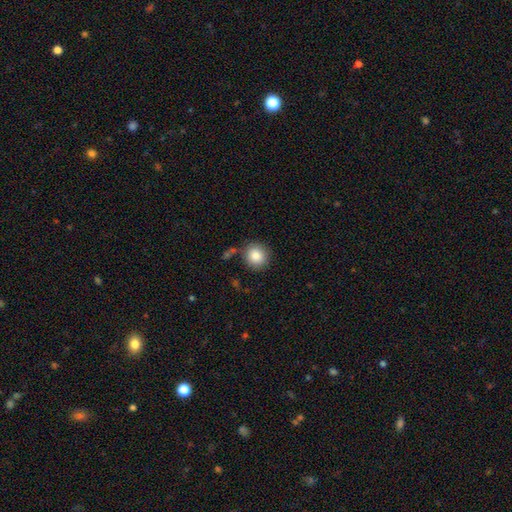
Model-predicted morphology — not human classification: This is clearly a smooth galaxy (84%). How rounded: clearly round (91%). Merging: clearly none (82%).